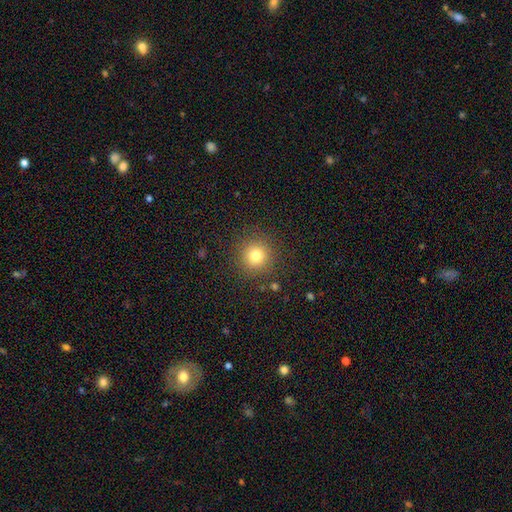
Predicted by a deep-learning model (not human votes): Smooth or featured?
  - smooth: 79% *
  - star or artifact: 14%
  - featured or disk: 8%
How rounded?
  - round: 95% *
  - in between: 4%
  - cigar-shaped: 1%
Merging?
  - none: 89% *
  - minor disturbance: 7%
  - major disturbance: 3%
  - merger: 1%